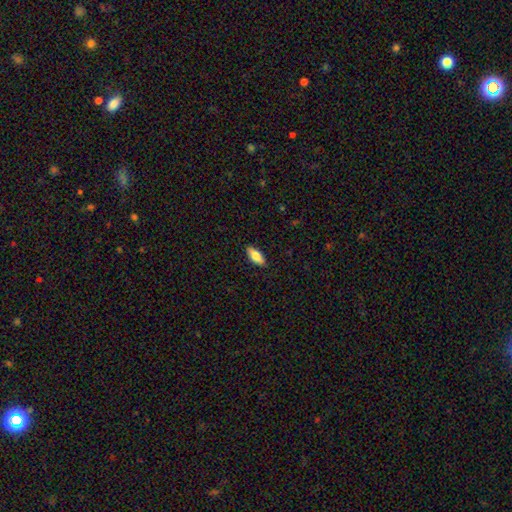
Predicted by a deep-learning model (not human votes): Smooth or featured? smooth (79%)
How rounded? in between (82%)
Merging? none (89%)